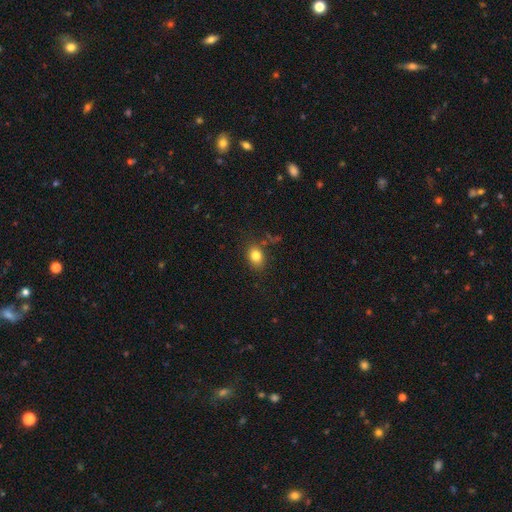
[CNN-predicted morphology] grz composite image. It shows a smooth galaxy with no disk features (82%) that is in between round and cigar-shaped (62%). Merging: none (80%).